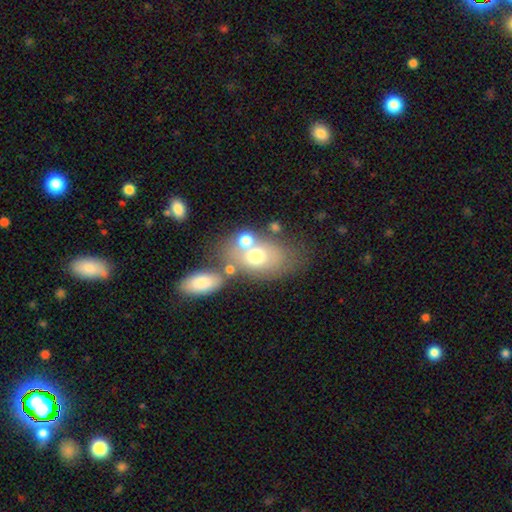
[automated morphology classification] A smooth galaxy with no disk features (64%) that is in between round and cigar-shaped (73%). Merging: merger (40%).